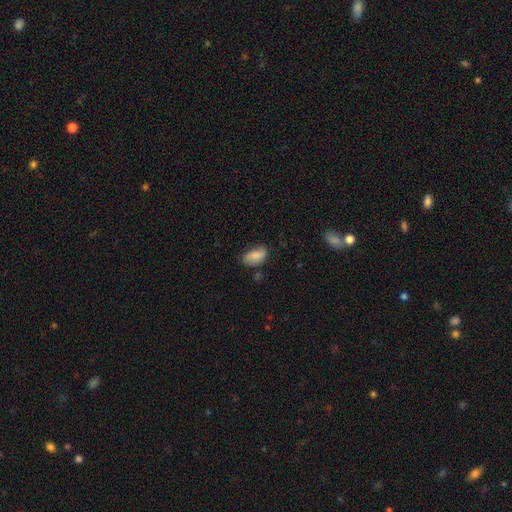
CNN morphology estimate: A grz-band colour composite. It shows a smooth galaxy with no disk features (74%) that is in between round and cigar-shaped (92%). Merging: none (61%).